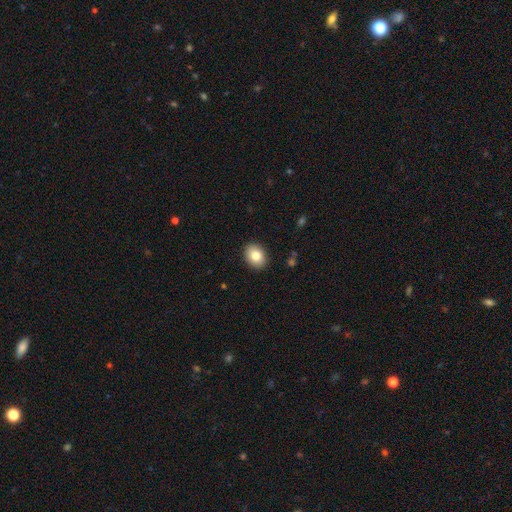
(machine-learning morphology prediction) type=smooth (83%); roundness=in between (60%); merging=none (90%).